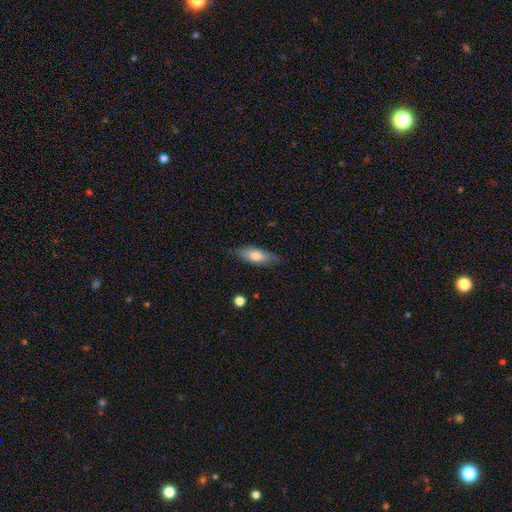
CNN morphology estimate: Smooth or featured? smooth (72%)
How rounded? in between (71%)
Merging? none (78%)